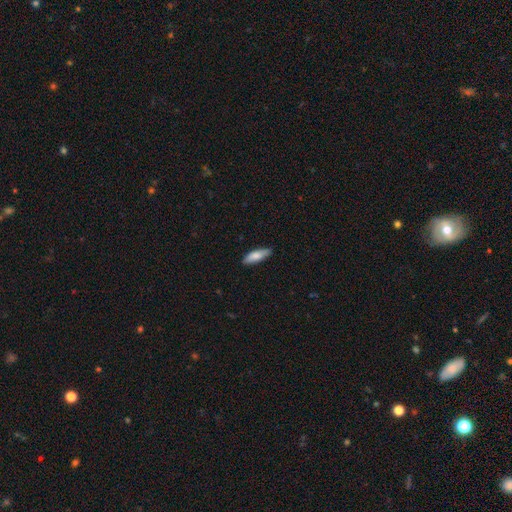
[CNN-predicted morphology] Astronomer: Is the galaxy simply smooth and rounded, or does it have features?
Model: smooth — 79%.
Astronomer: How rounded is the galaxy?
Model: cigar-shaped — 54% (runner-up: in between, 45%).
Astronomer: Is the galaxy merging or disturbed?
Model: none — 84%.